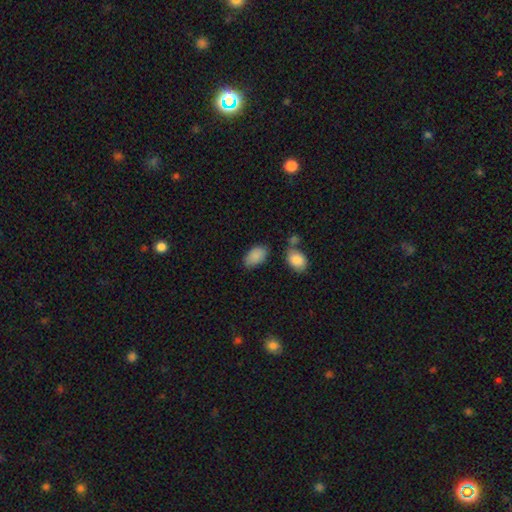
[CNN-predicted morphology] Smooth or featured: smooth — 88% (star or artifact — 7%)
How rounded: in between — 93% (round — 5%)
Merging: none — 73% (minor disturbance — 17%)